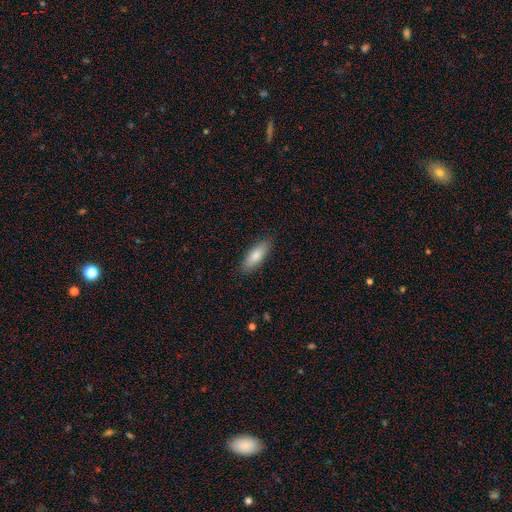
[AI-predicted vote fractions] The model was most divided on "how rounded": in between: 67%, cigar-shaped: 31%, round: 2%. More confident: merging — none (87%); smooth or featured — smooth (81%).